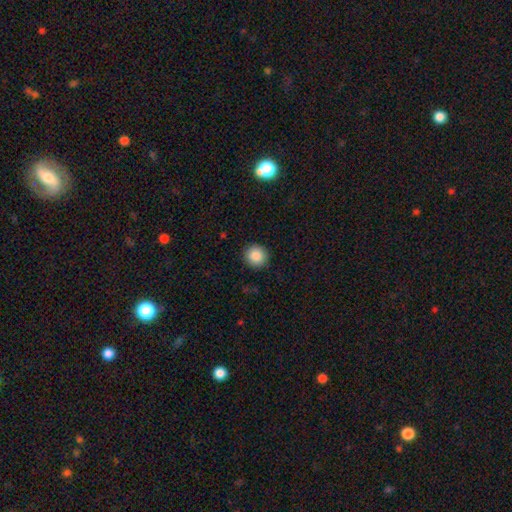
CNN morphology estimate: smooth_or_featured: smooth (p=0.86) [alt: star or artifact p=0.09]
how_rounded: round (p=0.93) [alt: in between p=0.06]
merging: none (p=0.91) [alt: minor disturbance p=0.06]